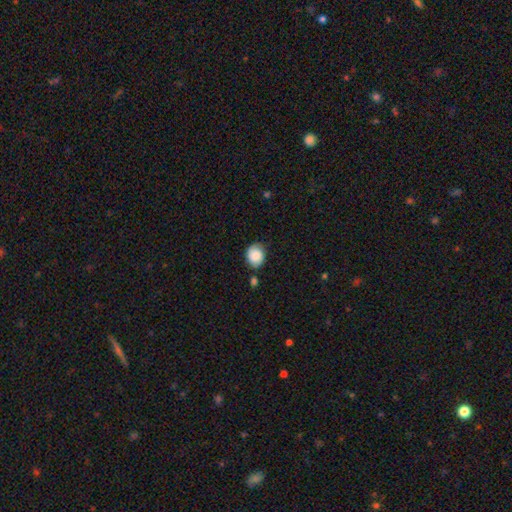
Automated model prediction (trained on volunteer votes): This is clearly a smooth galaxy (84%). How rounded: possibly round (57%). Merging: likely none (71%).